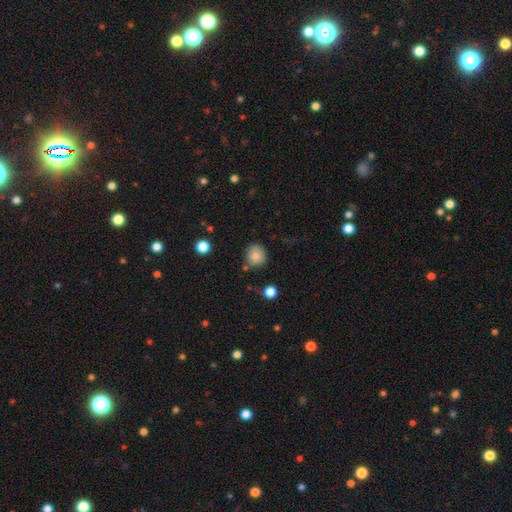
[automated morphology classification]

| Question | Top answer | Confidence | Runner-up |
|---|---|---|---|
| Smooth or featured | smooth | 85% | star or artifact (10%) |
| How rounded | round | 85% | in between (14%) |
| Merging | none | 78% | minor disturbance (14%) |